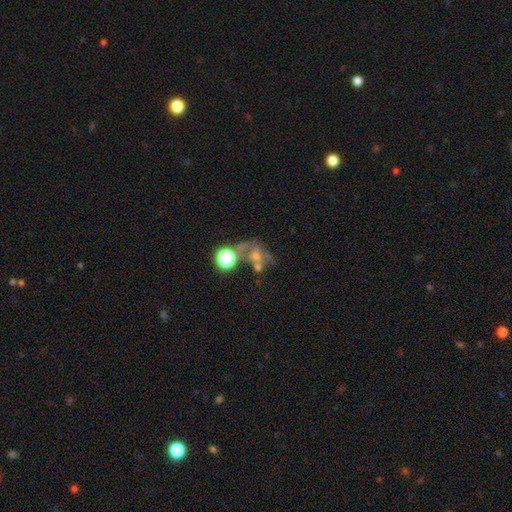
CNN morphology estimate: featured or disk 40%, star or artifact 31%, smooth 28%. Down the decision tree: merging — none (34%).